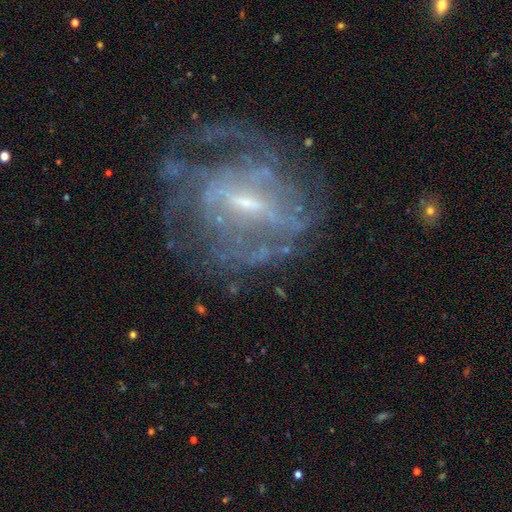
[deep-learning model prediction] Morphology: type=featured or disk (82%); edge-on=no (95%); bar=weak (48%); spiral arms=yes (80%); winding=medium (39%, tied with tight); arm count=can't tell (46%); bulge=small (68%); merging=none (54%).